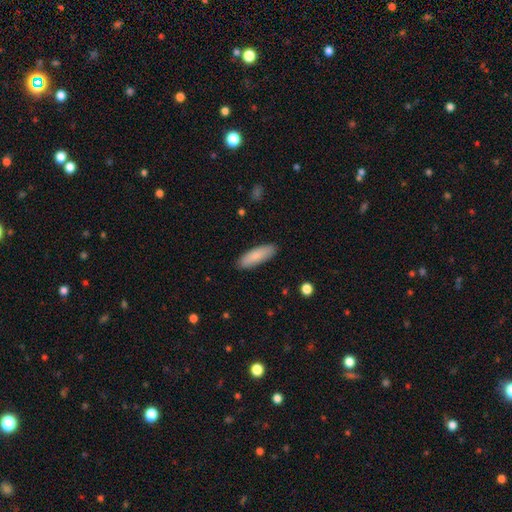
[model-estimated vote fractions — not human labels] smooth-or-featured: smooth: 86% | featured or disk: 8% | star or artifact: 6%
  how-rounded: in between: 53% | cigar-shaped: 46% | round: 1%
  merging: none: 89% | minor disturbance: 8% | major disturbance: 2% | merger: 1%